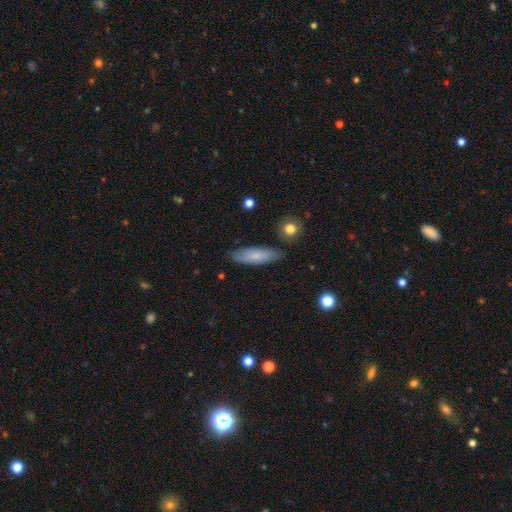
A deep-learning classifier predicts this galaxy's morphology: Smooth or featured?
  - smooth: 72% *
  - featured or disk: 21%
  - star or artifact: 6%
How rounded?
  - cigar-shaped: 50% *
  - in between: 47%
  - round: 2%
Merging?
  - none: 81% *
  - minor disturbance: 14%
  - major disturbance: 3%
  - merger: 2%